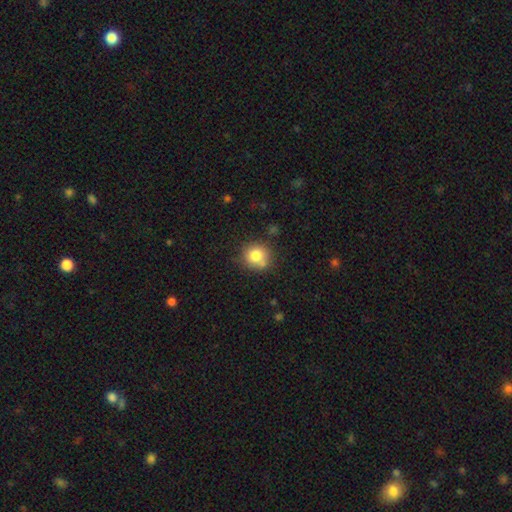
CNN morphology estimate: Q: Smooth or featured?
A: smooth (80%); runner-up: star or artifact (10%)
Q: How rounded?
A: round (87%); runner-up: in between (12%)
Q: Merging?
A: none (70%); runner-up: minor disturbance (15%)